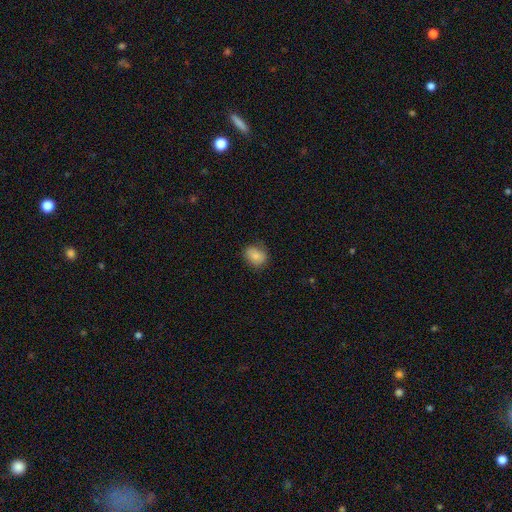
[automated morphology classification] The model was most divided on "how rounded": in between: 55%, round: 44%, cigar-shaped: 1%. More confident: smooth or featured — smooth (83%); merging — none (75%).